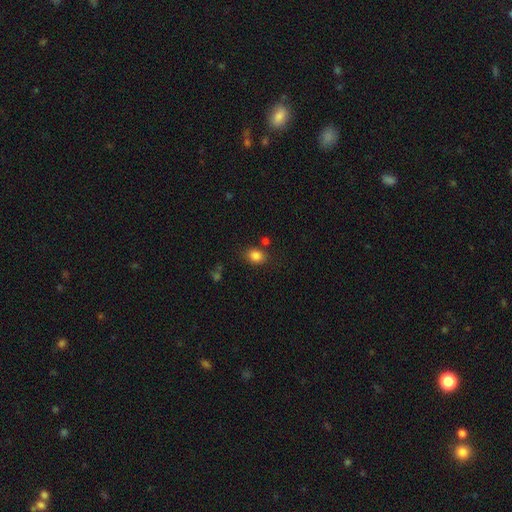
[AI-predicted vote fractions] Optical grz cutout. It shows a smooth galaxy with no disk features (84%) that is in between round and cigar-shaped (61%). Merging: none (76%).